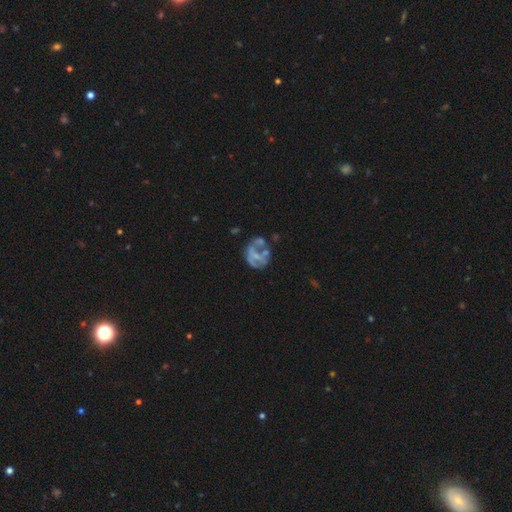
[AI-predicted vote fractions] smooth-or-featured: featured or disk: 61% | smooth: 28% | star or artifact: 11%
  disk-edge-on: no: 98% | yes: 2%
    bar: no: 79% | weak: 16% | strong: 6%
    has-spiral-arms: no: 79% | yes: 21%
    bulge-size: none: 56% | small: 27% | moderate: 14% | large: 2% | dominant: 1%
  merging: none: 34% | major disturbance: 30% | minor disturbance: 19% | merger: 17%